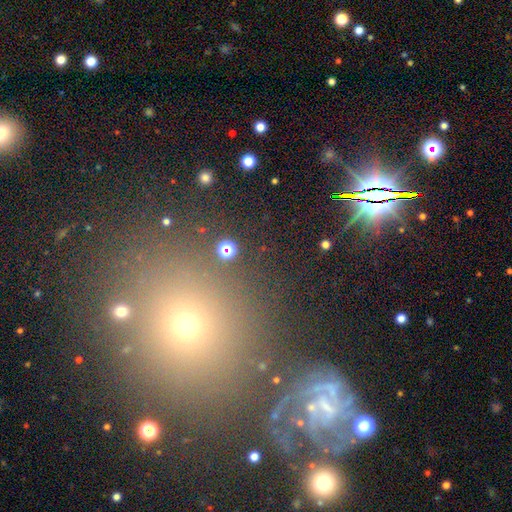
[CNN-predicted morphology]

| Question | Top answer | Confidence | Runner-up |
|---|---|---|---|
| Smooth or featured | star or artifact | 46% | smooth (39%) |